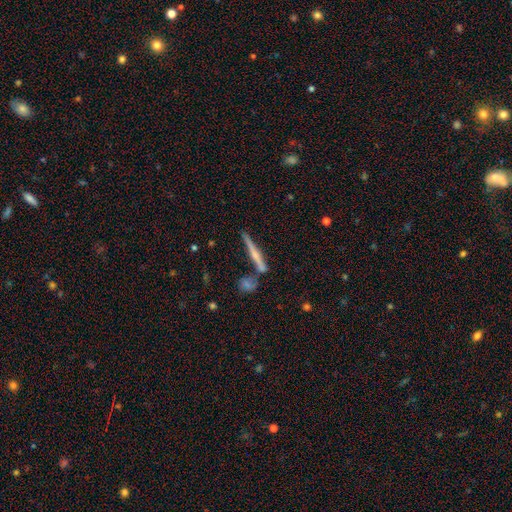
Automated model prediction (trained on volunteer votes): The model was most divided on "smooth or featured": featured or disk: 60%, smooth: 33%, star or artifact: 7%. More confident: edge-on disk — yes (97%); merging — none (75%); edge-on bulge — rounded (61%).